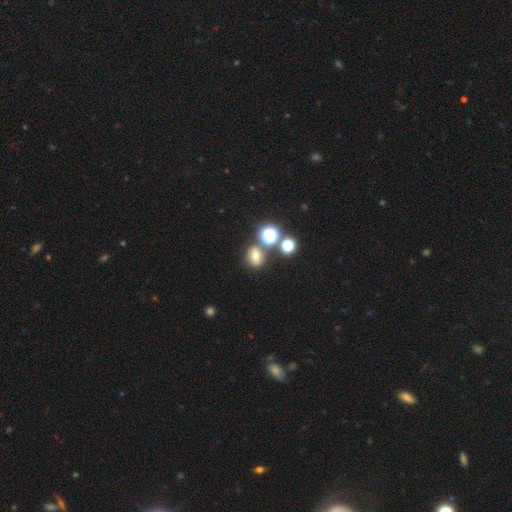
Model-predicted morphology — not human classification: A smooth galaxy with no disk features (62%) that is round (57%). Merging: none (68%).